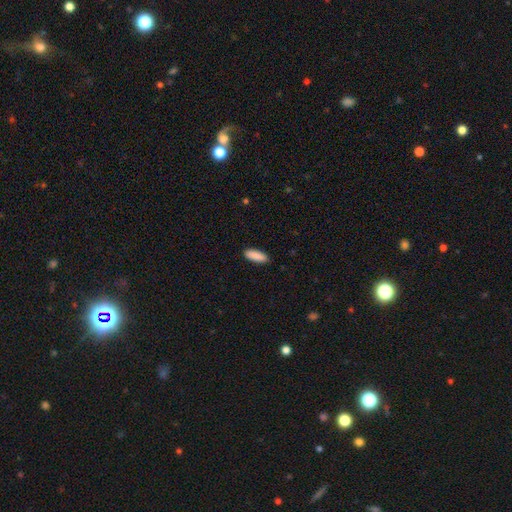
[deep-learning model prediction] Overall: smooth (90%). How rounded: in between (64%; cigar-shaped 35%). Merging: none (89%).